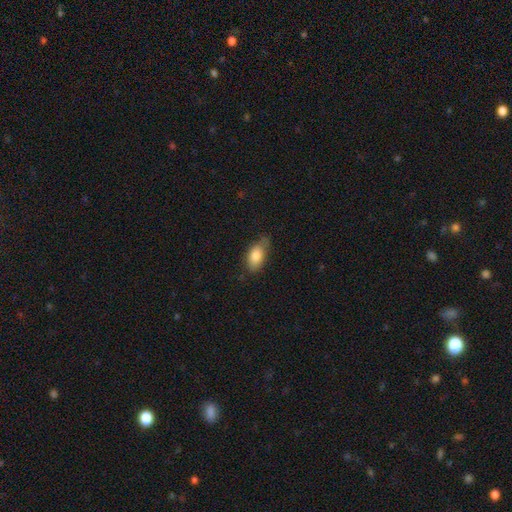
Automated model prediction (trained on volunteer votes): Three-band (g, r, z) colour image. It shows a smooth galaxy with no disk features (82%) that is in between round and cigar-shaped (90%). Merging: none (62%).